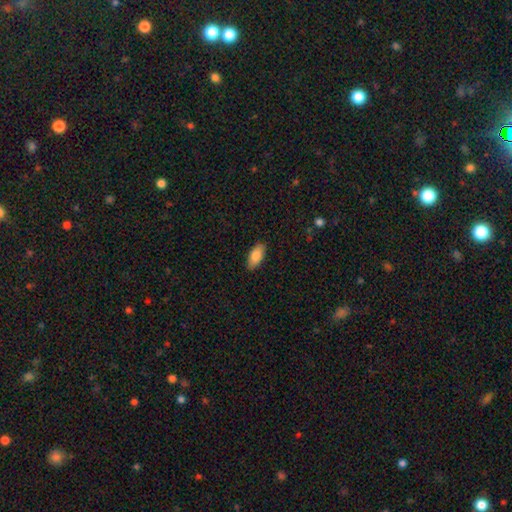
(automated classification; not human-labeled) A smooth galaxy with no disk features (86%) that is in between round and cigar-shaped (89%).

Vote fractions:
- Smooth or featured? smooth: 86% / featured or disk: 8% / star or artifact: 6%
- How rounded? in between: 89% / cigar-shaped: 9% / round: 2%
- Merging? none: 88% / minor disturbance: 9% / major disturbance: 2% / merger: 1%